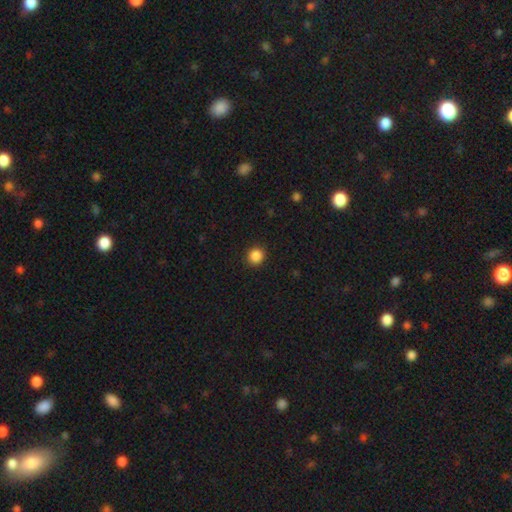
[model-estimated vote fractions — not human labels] A smooth galaxy with no disk features (87%) that is round (92%). Merging: none (92%).